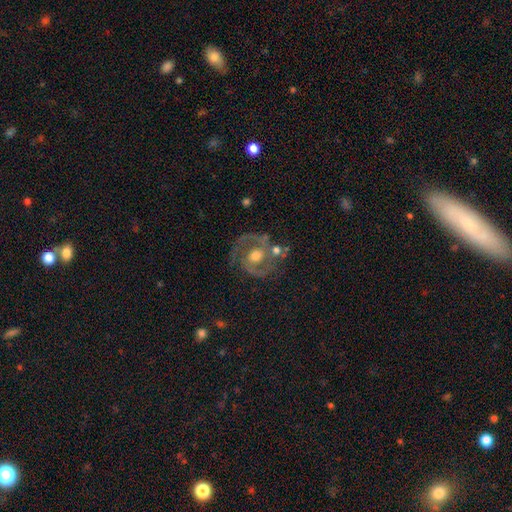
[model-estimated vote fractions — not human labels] This appears to be a featured or disk galaxy (82%) with no bar (65%), 2 (82%) medium (48%) spiral arms (89%) and a moderate central bulge (73%). Merging: none (69%).